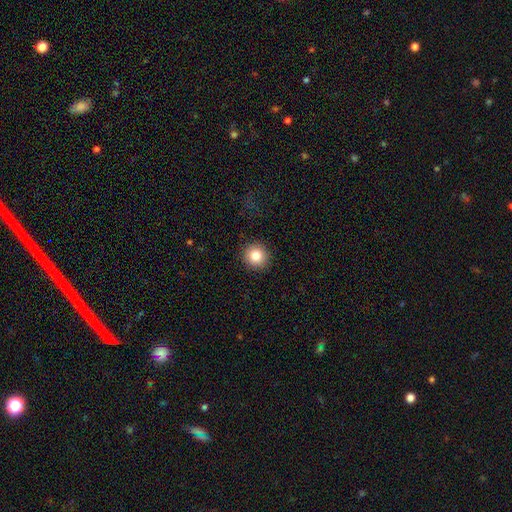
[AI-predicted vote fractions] This is clearly a smooth galaxy (83%). How rounded: clearly round (91%). Merging: clearly none (91%).